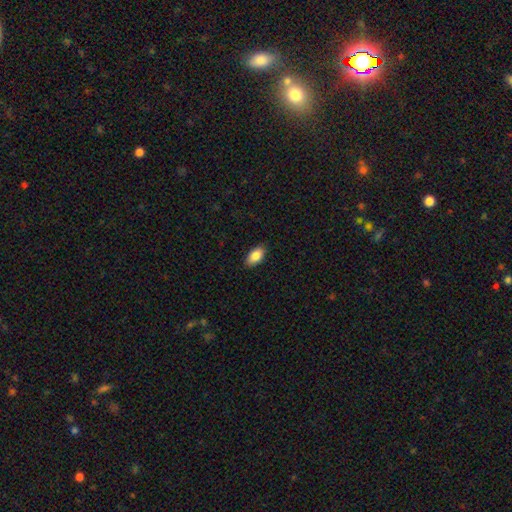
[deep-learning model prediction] smooth-or-featured: smooth: 86% | featured or disk: 7% | star or artifact: 7%
  how-rounded: in between: 93% | round: 4% | cigar-shaped: 3%
  merging: none: 87% | minor disturbance: 10% | major disturbance: 2% | merger: 1%